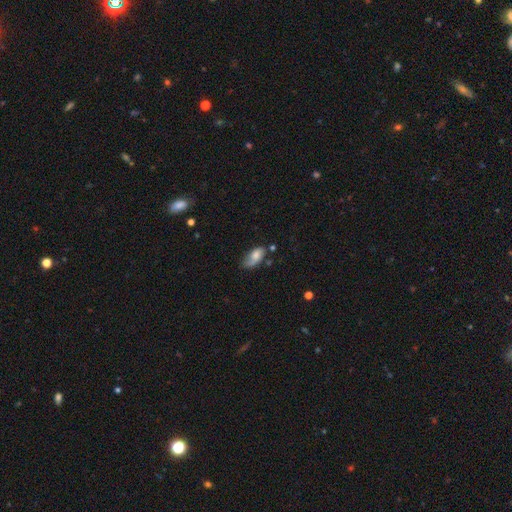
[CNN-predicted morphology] Smooth or featured? smooth (62%)
How rounded? in between (90%)
Merging? none (50%)